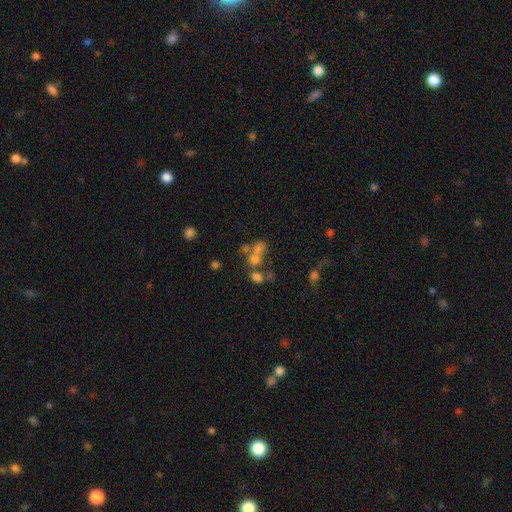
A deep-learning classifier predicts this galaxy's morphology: A smooth galaxy with no disk features (59%) that is round (55%).

Vote fractions:
- Smooth or featured? smooth: 59% / featured or disk: 21% / star or artifact: 20%
- How rounded? round: 55% / in between: 43% / cigar-shaped: 2%
- Merging? merger: 51% / none: 31% / major disturbance: 9% / minor disturbance: 9%